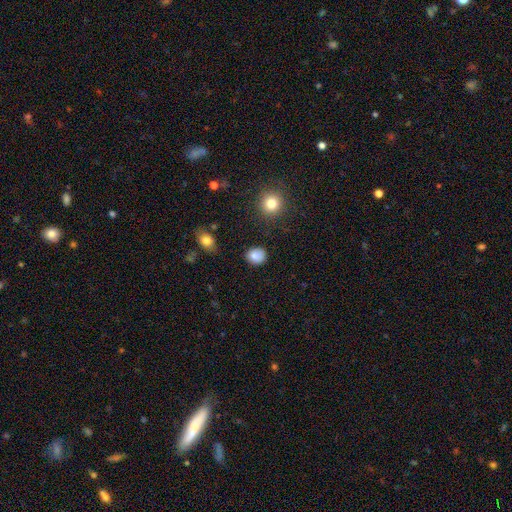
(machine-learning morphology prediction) This is clearly a smooth galaxy (84%). How rounded: likely round (74%). Merging: clearly none (80%).